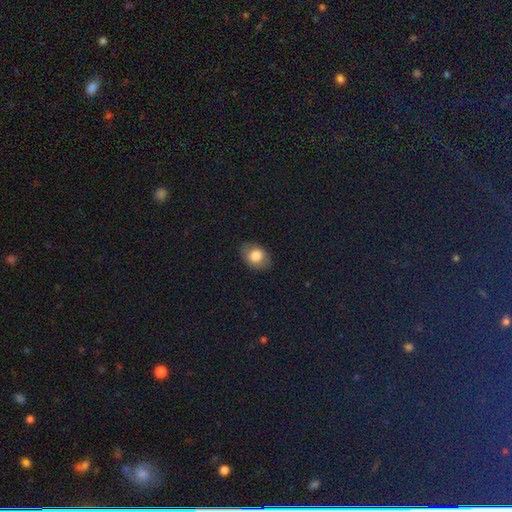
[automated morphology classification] Smooth or featured? Predicted: smooth (p=0.77). How rounded? Predicted: in between (p=0.72). Merging? Predicted: none (p=0.82).